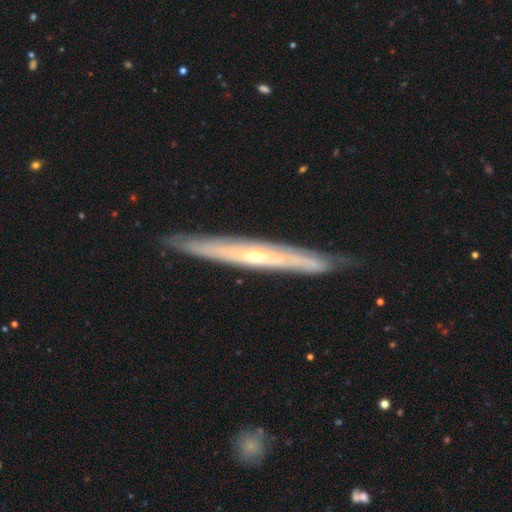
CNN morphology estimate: A featured or disk galaxy (76%) viewed edge-on (83%) with a rounded central bulge (60%). Merging: none (84%).